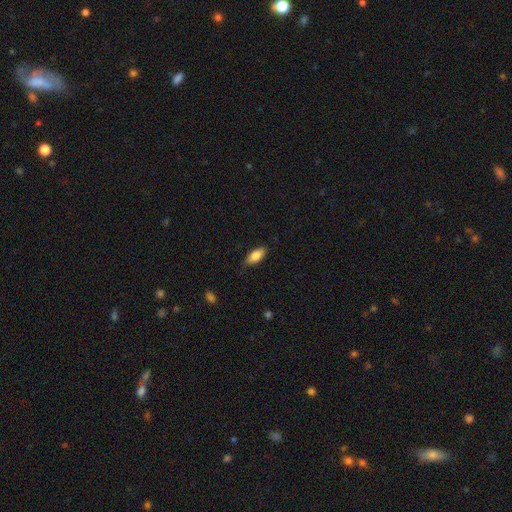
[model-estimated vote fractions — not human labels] smooth_or_featured: smooth (p=0.83) [alt: featured or disk p=0.11]
how_rounded: in between (p=0.86) [alt: cigar-shaped p=0.11]
merging: none (p=0.81) [alt: minor disturbance p=0.15]